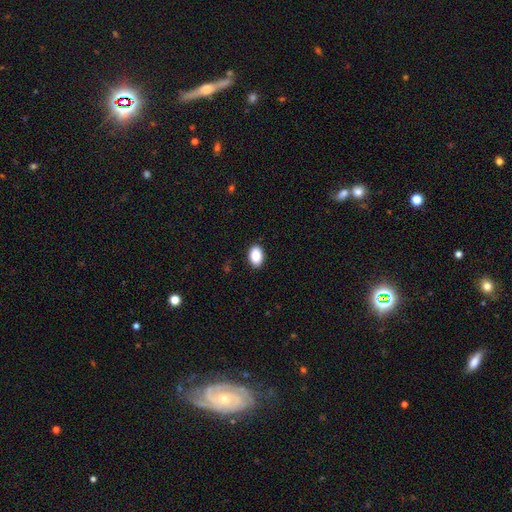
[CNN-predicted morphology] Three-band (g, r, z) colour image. It shows a smooth galaxy with no disk features (88%) that is in between round and cigar-shaped (87%). Merging: none (90%).